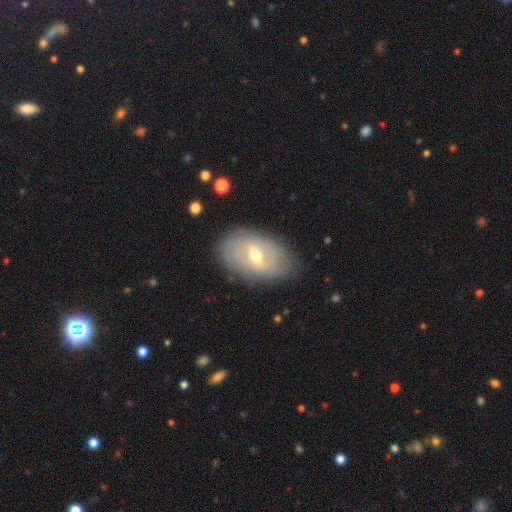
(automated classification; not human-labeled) Smooth or featured: featured or disk — 69% (smooth — 24%)
Edge-on disk: no — 92% (yes — 8%)
Bar: weak — 54% (strong — 27%)
Spiral arms: yes — 62% (no — 38%)
Bulge size: moderate — 65% (small — 30%)
Merging: none — 80% (minor disturbance — 14%)